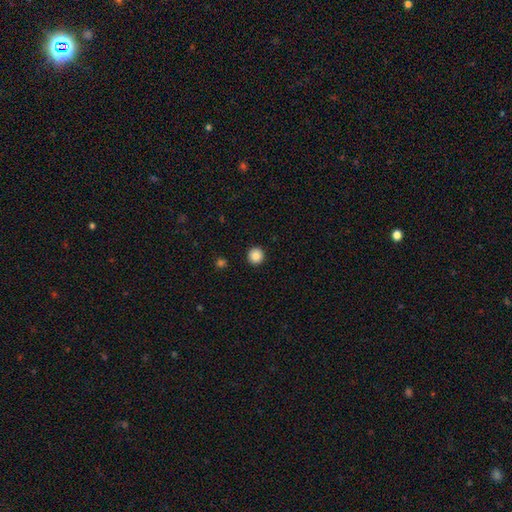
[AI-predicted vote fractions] Smooth or featured? smooth (86%)
How rounded? round (95%)
Merging? none (93%)